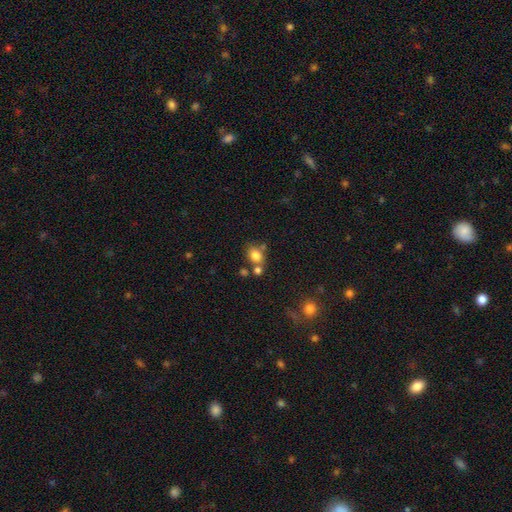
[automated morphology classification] Smooth or featured: smooth — 79% (star or artifact — 12%)
How rounded: round — 53% (in between — 46%)
Merging: none — 57% (merger — 25%)